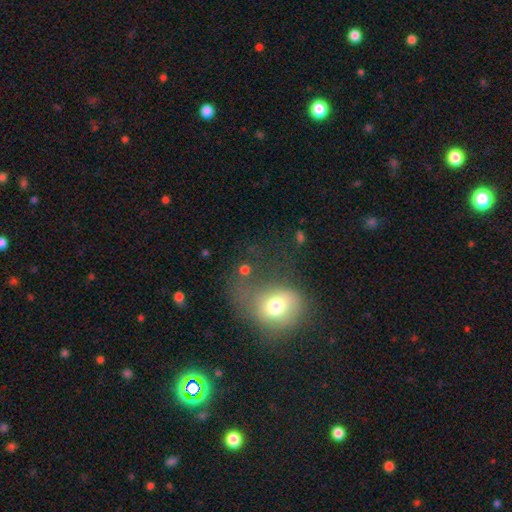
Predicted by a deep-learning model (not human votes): This appears to be a smooth galaxy with no disk features (53%) that is round (62%). Merging: none (41%).